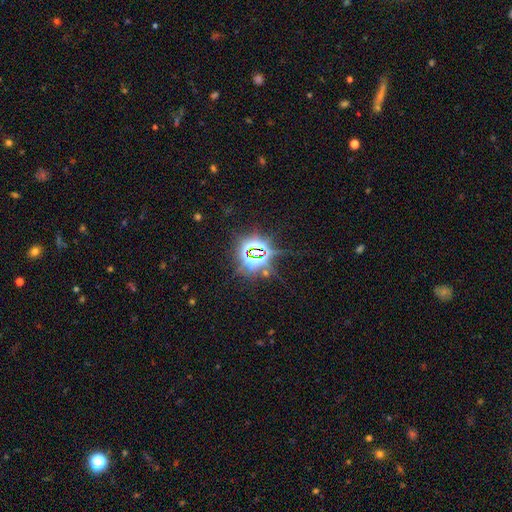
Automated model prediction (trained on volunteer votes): Q: Smooth or featured?
A: star or artifact (83%); runner-up: smooth (10%)